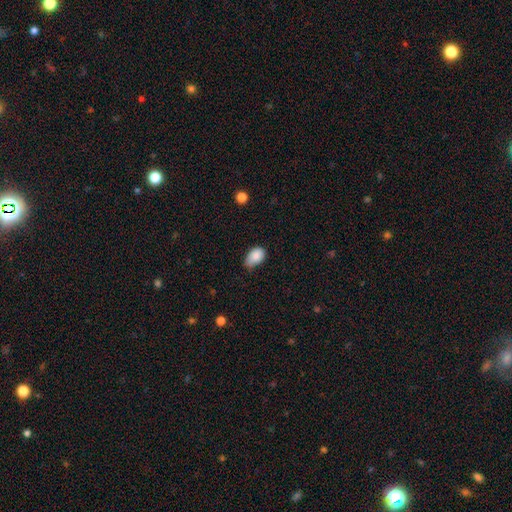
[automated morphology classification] This is clearly a smooth galaxy (86%). How rounded: clearly in between (87%). Merging: possibly minor disturbance (47%).